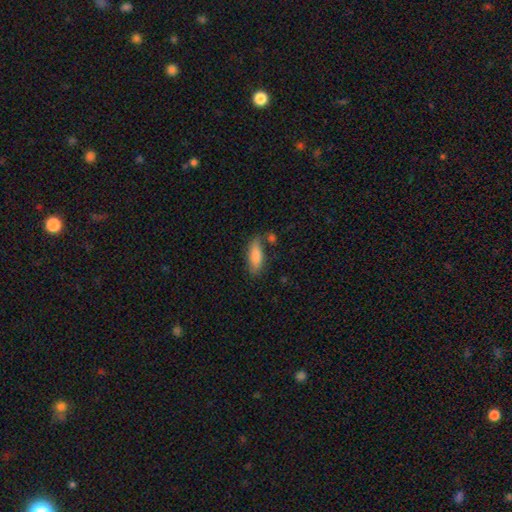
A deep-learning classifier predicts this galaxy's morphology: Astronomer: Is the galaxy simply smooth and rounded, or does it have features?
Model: smooth — 83%.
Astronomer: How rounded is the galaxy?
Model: in between — 68%.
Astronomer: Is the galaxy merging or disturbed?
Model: none — 70%.